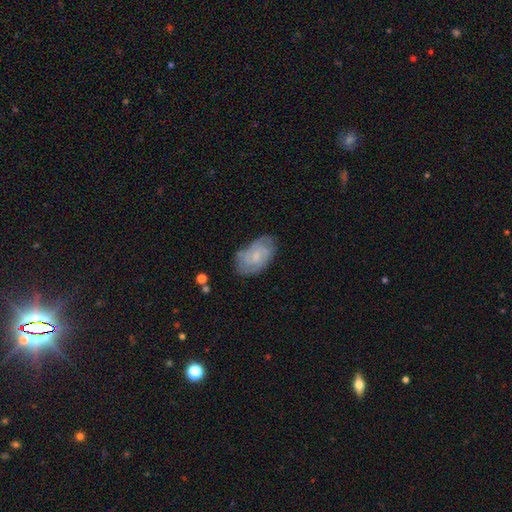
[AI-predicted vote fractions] featured or disk 60%, smooth 33%, star or artifact 8%. Down the decision tree: edge-on disk — no (96%); bar — no (65%); spiral arms — yes (84%); bulge size — small (59%); merging — none (69%).